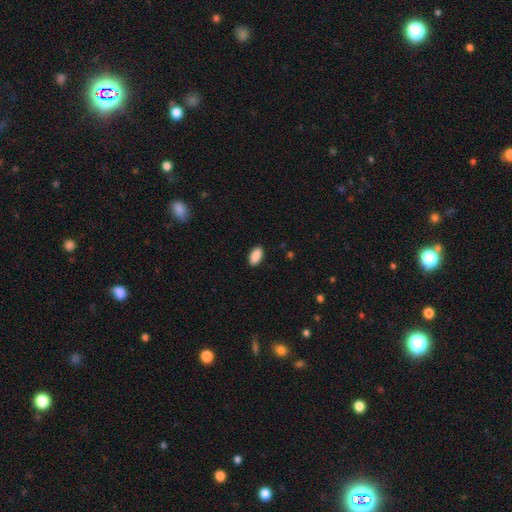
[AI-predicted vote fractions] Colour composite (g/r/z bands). It shows a smooth galaxy with no disk features (90%) that is in between round and cigar-shaped (93%). Merging: none (89%).